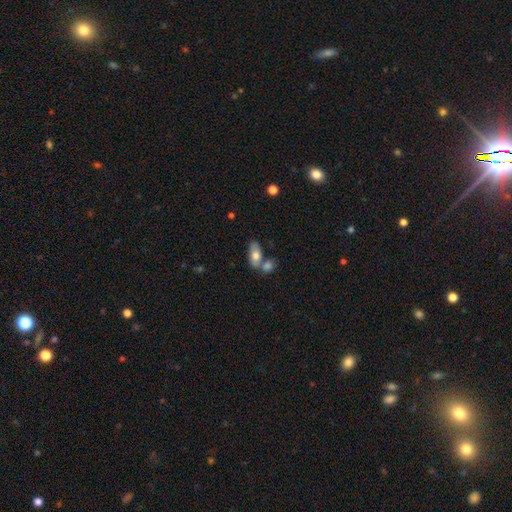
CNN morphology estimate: This appears to be a smooth galaxy with no disk features (73%) that is in between round and cigar-shaped (88%). Merging: none (47%).